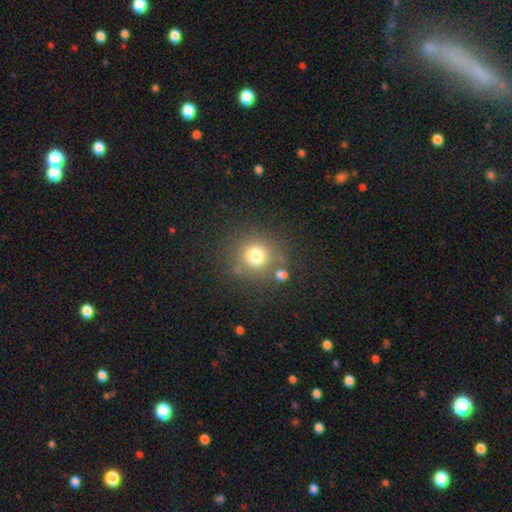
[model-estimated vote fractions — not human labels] A smooth galaxy with no disk features (74%) that is round (91%).

Vote fractions:
- Smooth or featured? smooth: 74% / star or artifact: 16% / featured or disk: 10%
- How rounded? round: 91% / in between: 8% / cigar-shaped: 1%
- Merging? none: 76% / minor disturbance: 11% / merger: 8% / major disturbance: 5%